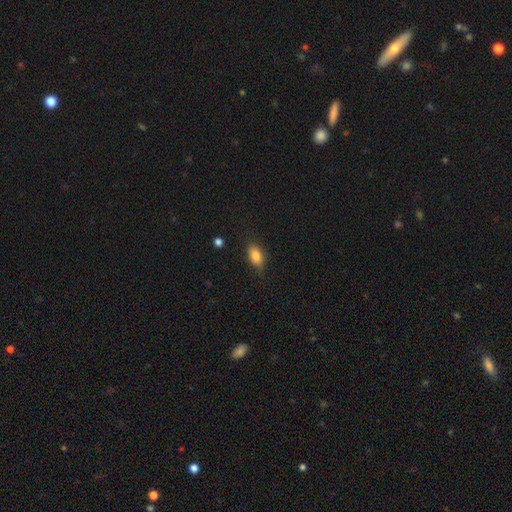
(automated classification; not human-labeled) Q: Smooth or featured?
A: smooth (84%); runner-up: star or artifact (8%)
Q: How rounded?
A: in between (87%); runner-up: round (8%)
Q: Merging?
A: none (79%); runner-up: minor disturbance (16%)